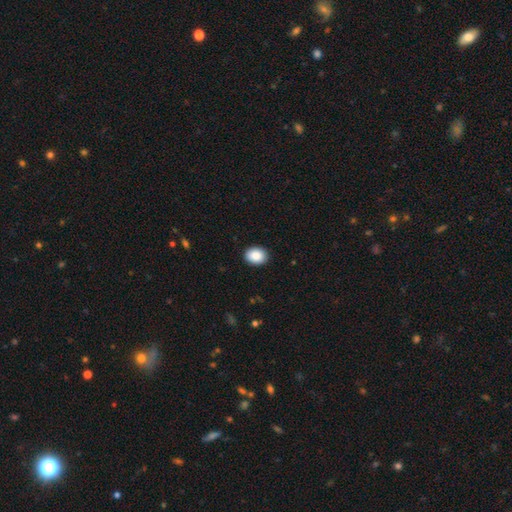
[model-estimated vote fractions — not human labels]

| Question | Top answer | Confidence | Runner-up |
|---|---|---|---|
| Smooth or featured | smooth | 89% | star or artifact (7%) |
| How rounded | in between | 63% | round (36%) |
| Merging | none | 90% | minor disturbance (7%) |